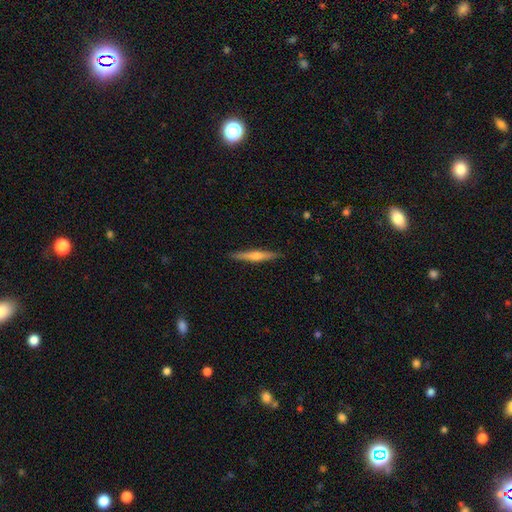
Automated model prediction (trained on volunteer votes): A featured or disk galaxy (64%) viewed edge-on (97%) with a rounded central bulge (83%). Merging: none (90%).